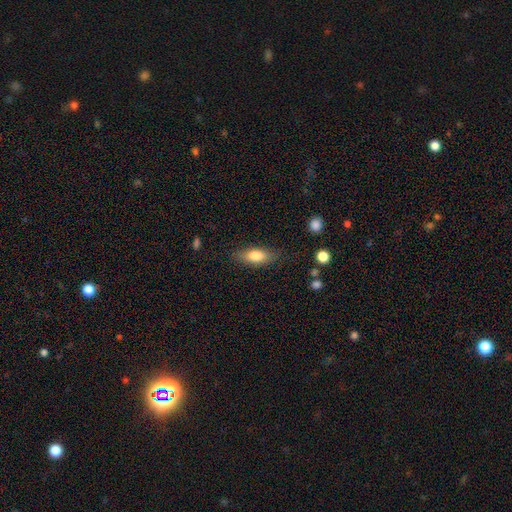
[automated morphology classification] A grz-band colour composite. It shows a smooth galaxy with no disk features (76%) that is in between round and cigar-shaped (71%). Merging: none (80%).